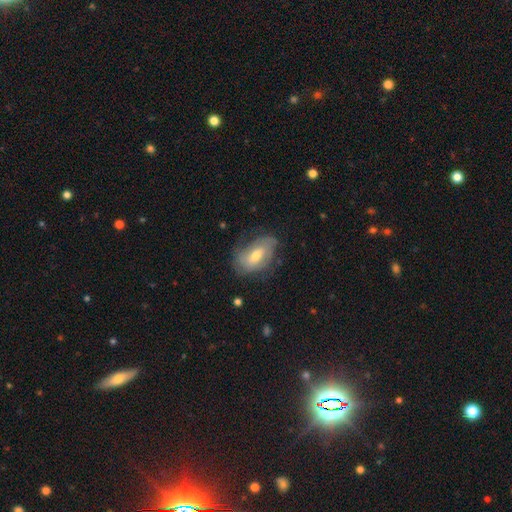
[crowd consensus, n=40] Smooth or featured: smooth — 48% (tied with featured or disk — 48%)
How rounded: in between — 95% (round — 5%)
Merging: none — 53% (minor disturbance — 34%)